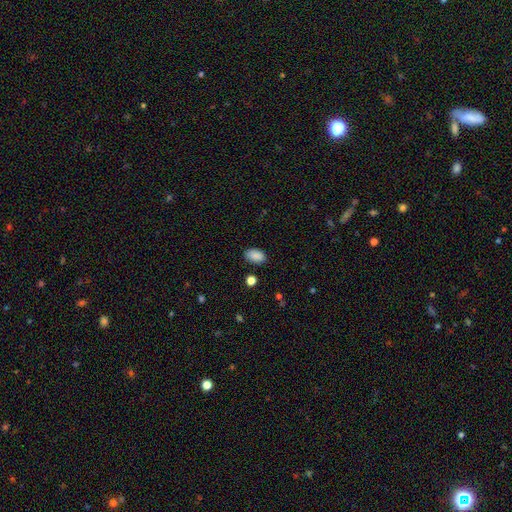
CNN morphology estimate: Q: Smooth or featured?
A: smooth (88%); runner-up: star or artifact (8%)
Q: How rounded?
A: in between (90%); runner-up: round (8%)
Q: Merging?
A: none (84%); runner-up: minor disturbance (12%)